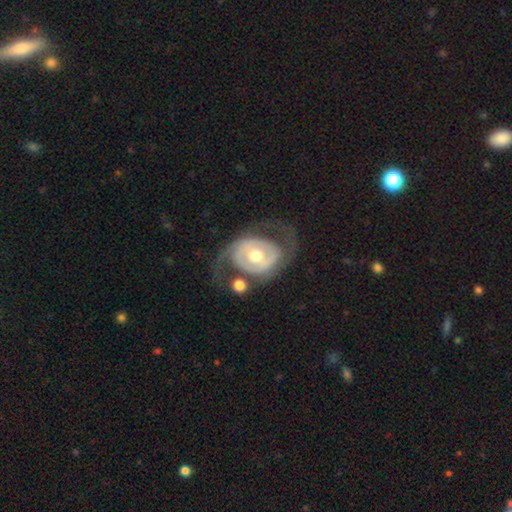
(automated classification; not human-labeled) This appears to be a featured or disk galaxy (74%) with no bar (64%), spiral arms (59%) and a moderate central bulge (75%). Merging: none (53%).